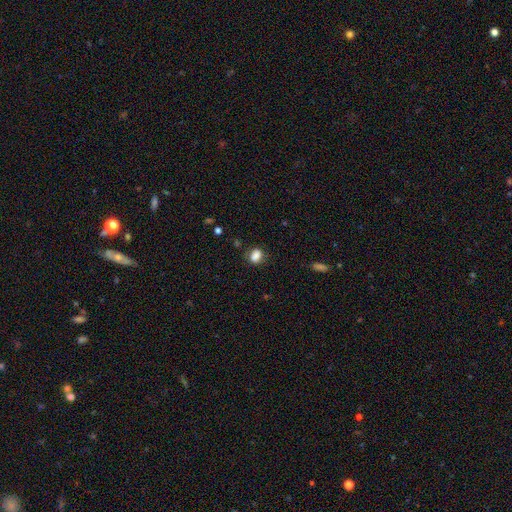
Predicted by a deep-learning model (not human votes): A smooth galaxy with no disk features (83%) that is in between round and cigar-shaped (66%).

Vote fractions:
- Smooth or featured? smooth: 83% / star or artifact: 10% / featured or disk: 7%
- How rounded? in between: 66% / round: 32% / cigar-shaped: 2%
- Merging? none: 71% / minor disturbance: 20% / major disturbance: 6% / merger: 3%